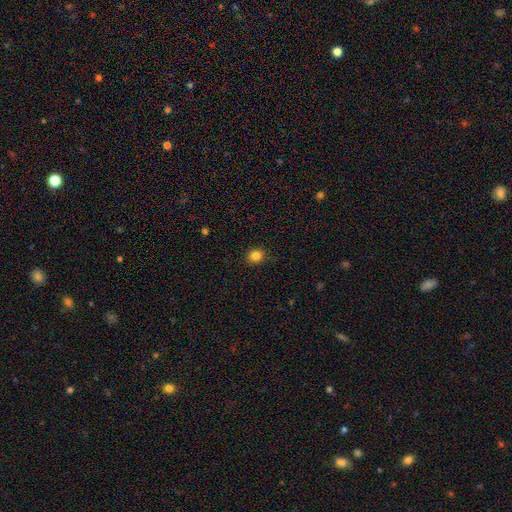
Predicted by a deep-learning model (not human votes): Smooth or featured? smooth (84%)
How rounded? round (78%)
Merging? none (88%)